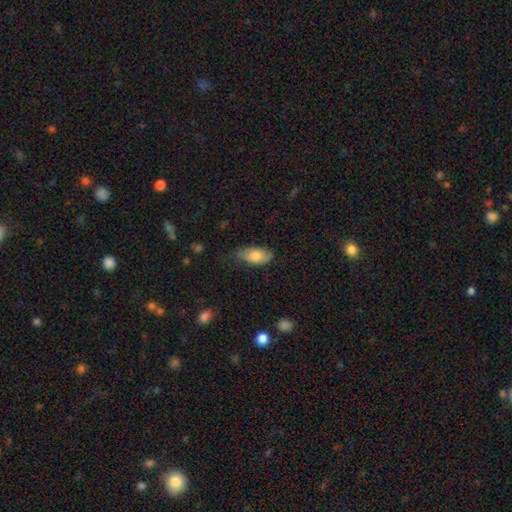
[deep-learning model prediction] This appears to be a smooth galaxy with no disk features (79%) that is in between round and cigar-shaped (90%). Merging: none (62%).